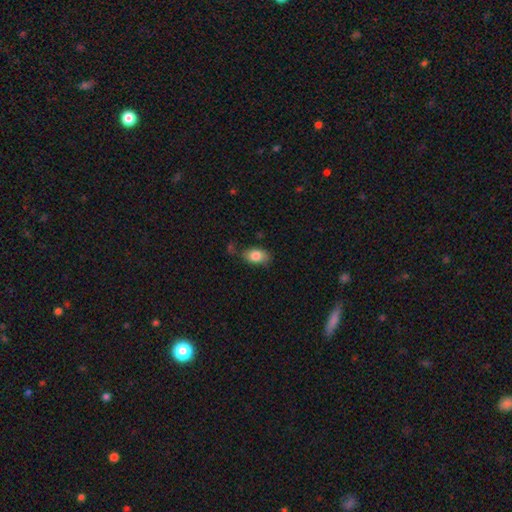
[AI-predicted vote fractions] smooth_or_featured: smooth (p=0.84) [alt: featured or disk p=0.09]
how_rounded: in between (p=0.88) [alt: round p=0.09]
merging: none (p=0.67) [alt: minor disturbance p=0.22]